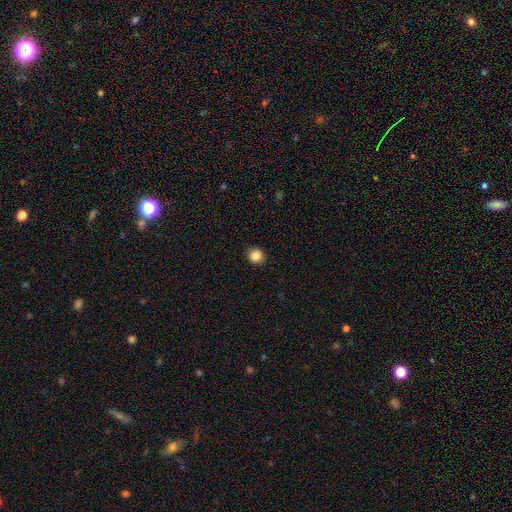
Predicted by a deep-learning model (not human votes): This appears to be a smooth galaxy with no disk features (85%) that is round (83%). Merging: none (91%).